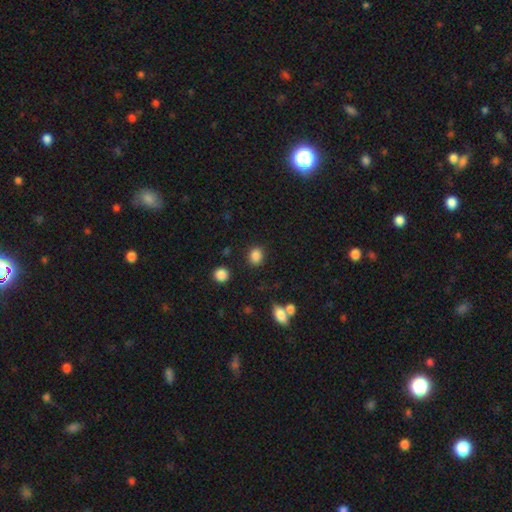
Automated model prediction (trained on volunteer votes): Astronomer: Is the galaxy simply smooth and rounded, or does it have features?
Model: smooth — 86%.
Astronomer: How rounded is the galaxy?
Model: round — 55% (runner-up: in between, 44%).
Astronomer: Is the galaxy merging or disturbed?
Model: none — 84%.